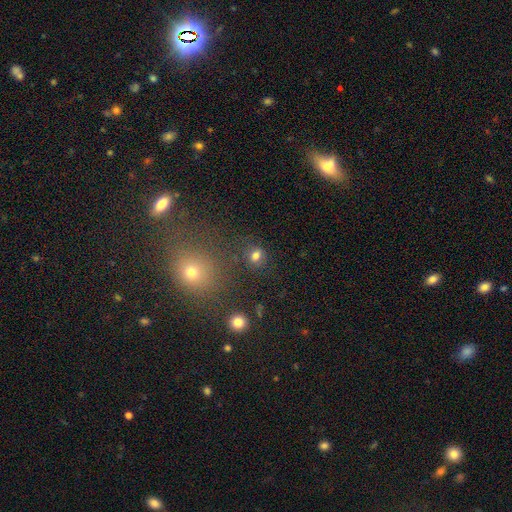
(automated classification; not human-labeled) This appears to be a smooth galaxy with no disk features (77%) that is round (71%). Merging: none (78%).